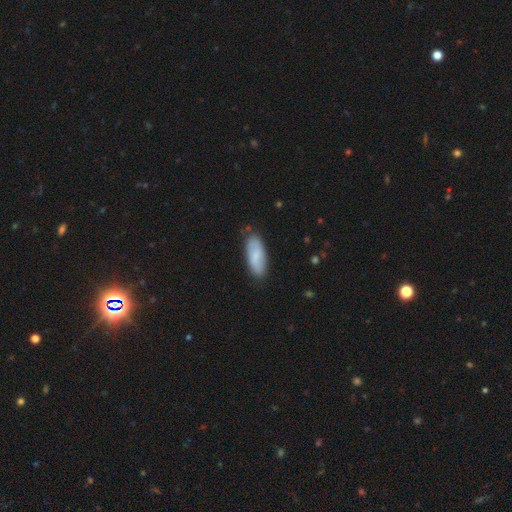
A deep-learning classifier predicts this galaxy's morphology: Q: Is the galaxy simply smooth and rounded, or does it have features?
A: smooth — 72%.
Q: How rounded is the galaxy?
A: in between — 77%.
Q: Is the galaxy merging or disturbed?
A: none — 79%.